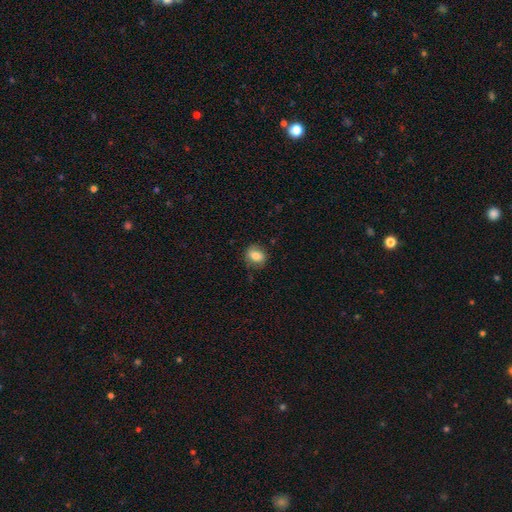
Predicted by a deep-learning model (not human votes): Smooth or featured?
  - smooth: 79% *
  - featured or disk: 12%
  - star or artifact: 9%
How rounded?
  - in between: 51% *
  - round: 47%
  - cigar-shaped: 1%
Merging?
  - none: 77% *
  - minor disturbance: 17%
  - major disturbance: 5%
  - merger: 1%